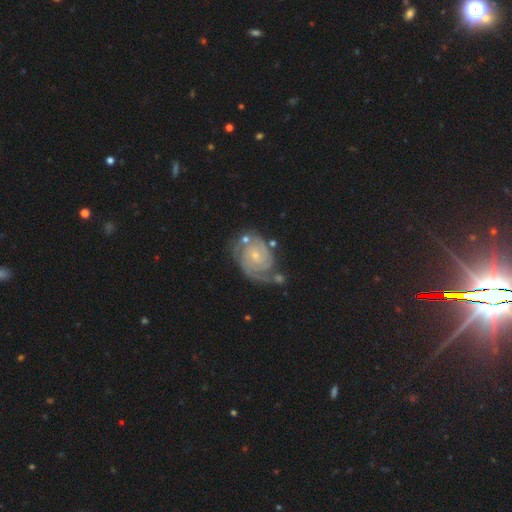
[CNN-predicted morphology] smooth_or_featured: featured or disk (p=0.90) [alt: smooth p=0.06]
disk_edge_on: no (p=0.98) [alt: yes p=0.02]
bar: no (p=0.66) [alt: weak p=0.28]
has_spiral_arms: yes (p=0.98) [alt: no p=0.02]
spiral_winding: tight (p=0.73) [alt: medium p=0.23]
spiral_arm_count: 2 (p=0.60) [alt: 3 p=0.16]
bulge_size: small (p=0.72) [alt: moderate p=0.24]
merging: none (p=0.60) [alt: minor disturbance p=0.20]